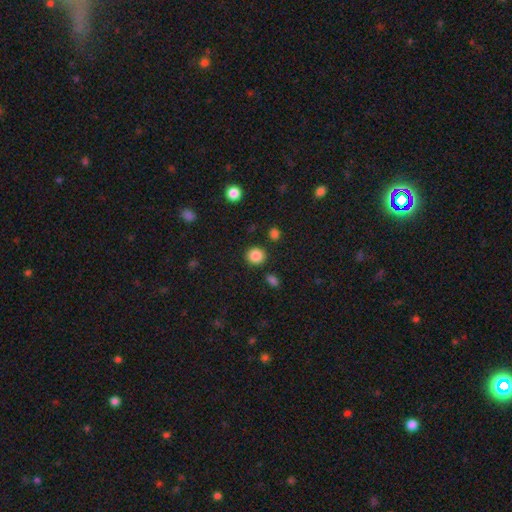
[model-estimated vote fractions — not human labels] A smooth galaxy with no disk features (87%) that is round (91%). Merging: none (88%).